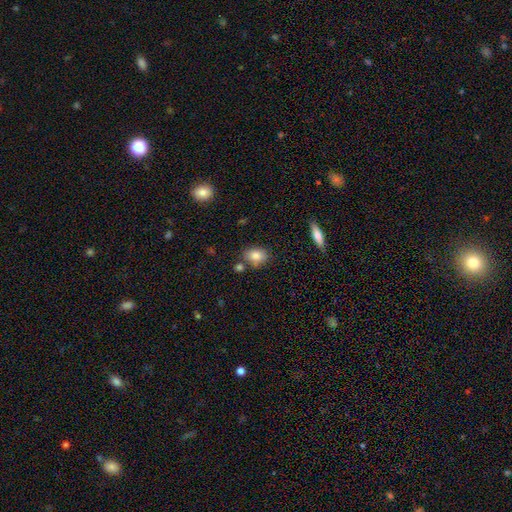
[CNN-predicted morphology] smooth-or-featured: smooth: 83% | star or artifact: 9% | featured or disk: 8%
  how-rounded: in between: 66% | round: 33% | cigar-shaped: 2%
  merging: none: 70% | minor disturbance: 16% | merger: 10% | major disturbance: 4%